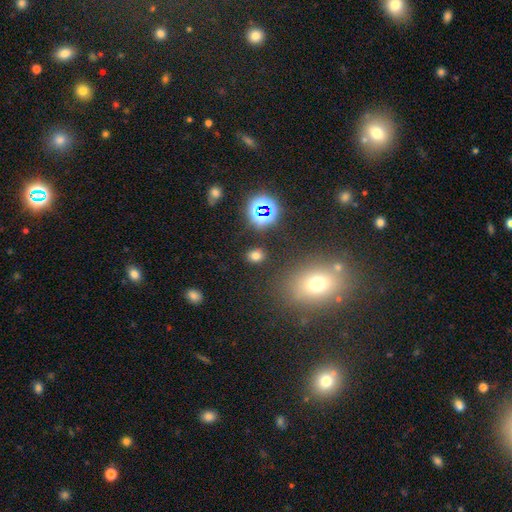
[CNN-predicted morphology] This appears to be a smooth galaxy with no disk features (68%) that is in between round and cigar-shaped (55%). Merging: none (84%).